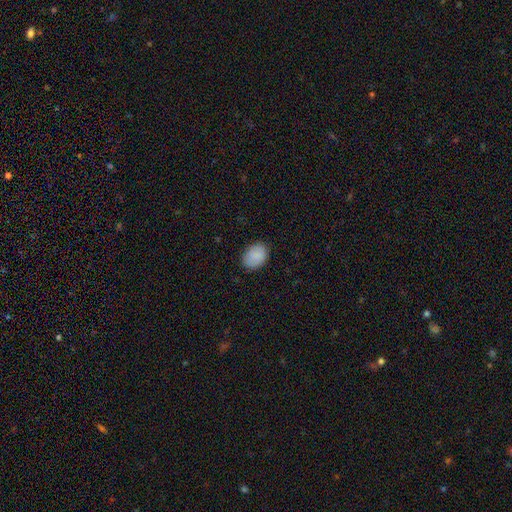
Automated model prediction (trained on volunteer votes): Smooth or featured?
  - smooth: 89% *
  - star or artifact: 7%
  - featured or disk: 4%
How rounded?
  - in between: 73% *
  - round: 26%
  - cigar-shaped: 1%
Merging?
  - none: 84% *
  - minor disturbance: 13%
  - major disturbance: 3%
  - merger: 1%